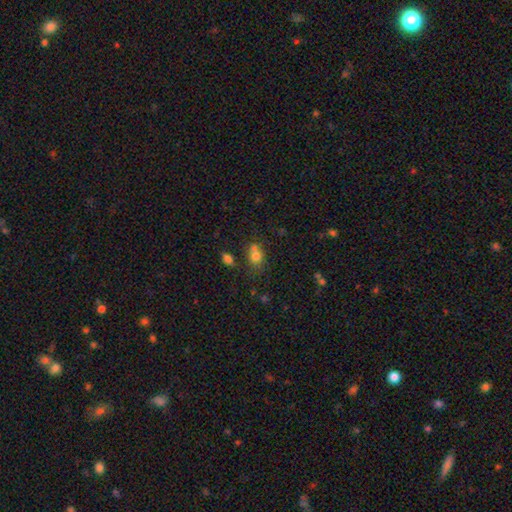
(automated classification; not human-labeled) smooth 76%, star or artifact 14%, featured or disk 11%. Down the decision tree: how rounded — round (53%); merging — none (44%).